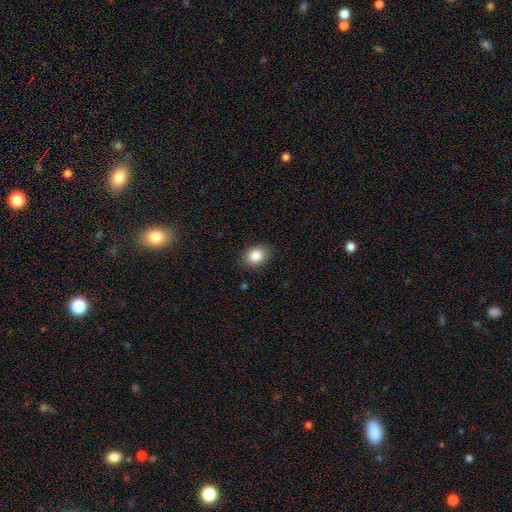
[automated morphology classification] A smooth galaxy with no disk features (85%) that is in between round and cigar-shaped (50%).

Vote fractions:
- Smooth or featured? smooth: 85% / star or artifact: 9% / featured or disk: 5%
- How rounded? in between: 50% / round: 49% / cigar-shaped: 1%
- Merging? none: 88% / minor disturbance: 9% / major disturbance: 2% / merger: 1%